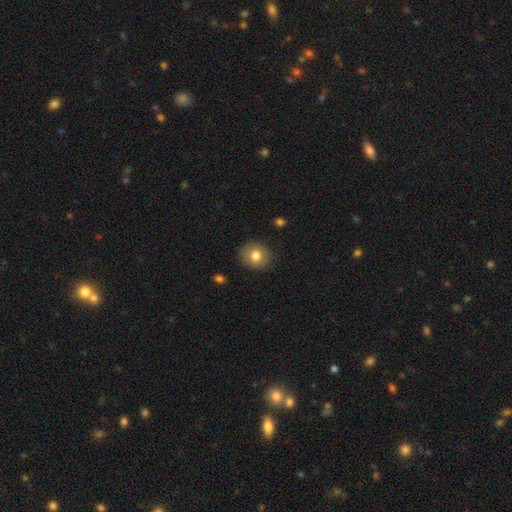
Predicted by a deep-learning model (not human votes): smooth 77%, featured or disk 14%, star or artifact 9%. Down the decision tree: how rounded — round (77%); merging — none (87%).